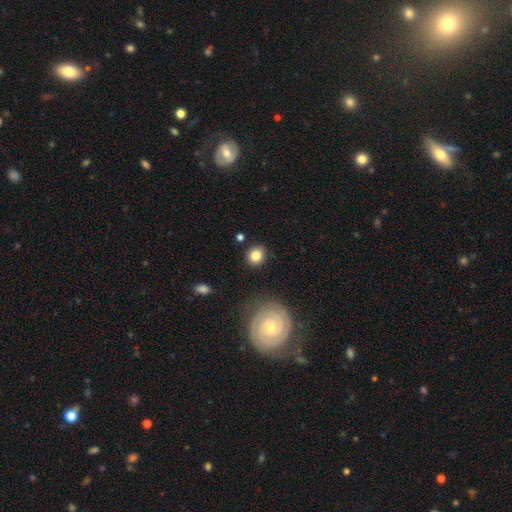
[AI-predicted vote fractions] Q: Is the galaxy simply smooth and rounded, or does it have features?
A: smooth — 82%.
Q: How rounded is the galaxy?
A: round — 81%.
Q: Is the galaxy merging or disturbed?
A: none — 86%.